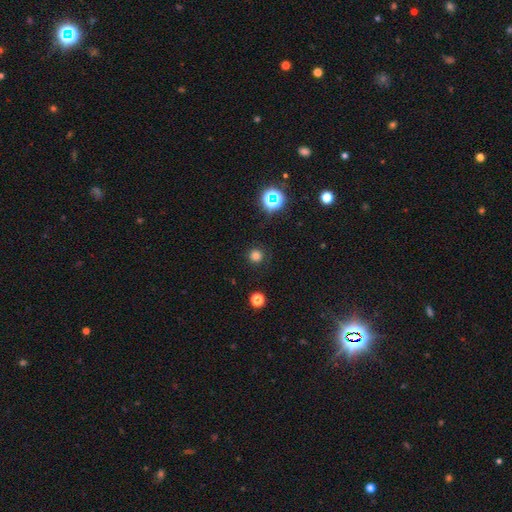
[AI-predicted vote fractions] This appears to be a smooth galaxy with no disk features (76%) that is round (95%). Merging: none (88%).